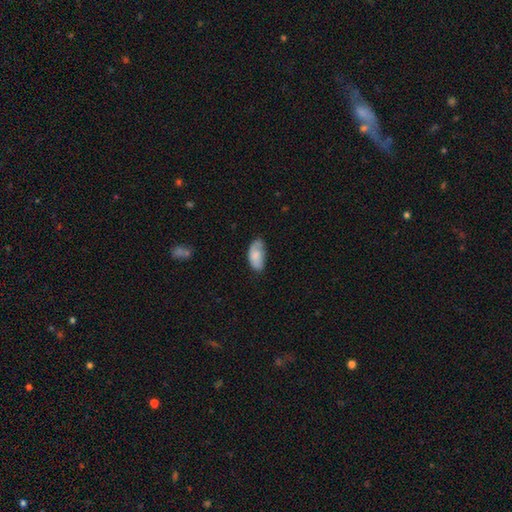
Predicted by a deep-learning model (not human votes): This appears to be a smooth galaxy with no disk features (75%) that is in between round and cigar-shaped (93%). Merging: none (50%).